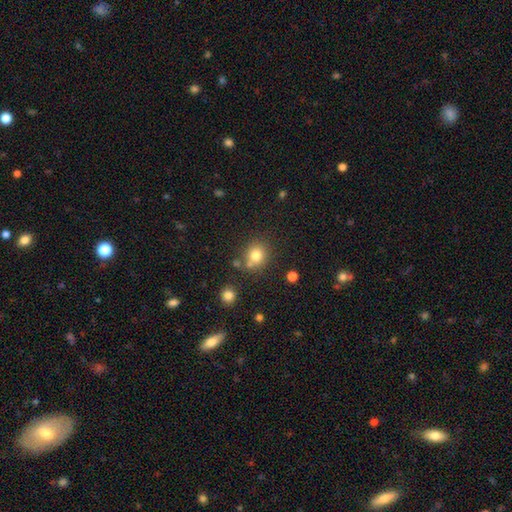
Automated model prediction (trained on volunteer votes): A smooth galaxy with no disk features (79%) that is round (79%). Merging: none (68%).